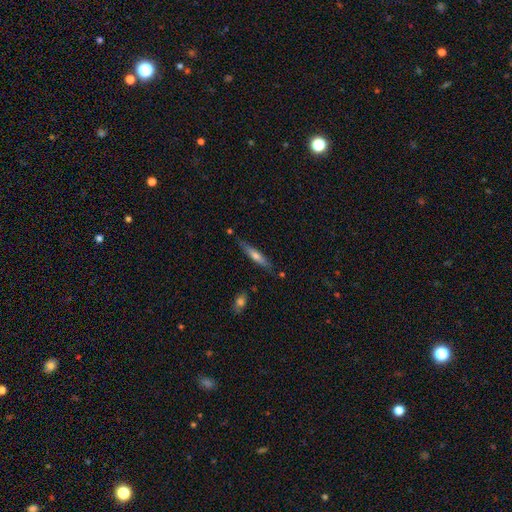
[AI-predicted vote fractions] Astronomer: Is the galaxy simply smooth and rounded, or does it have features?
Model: smooth — 51% (runner-up: featured or disk, 43%).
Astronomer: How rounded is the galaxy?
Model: cigar-shaped — 87%.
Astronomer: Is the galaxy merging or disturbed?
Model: none — 78%.